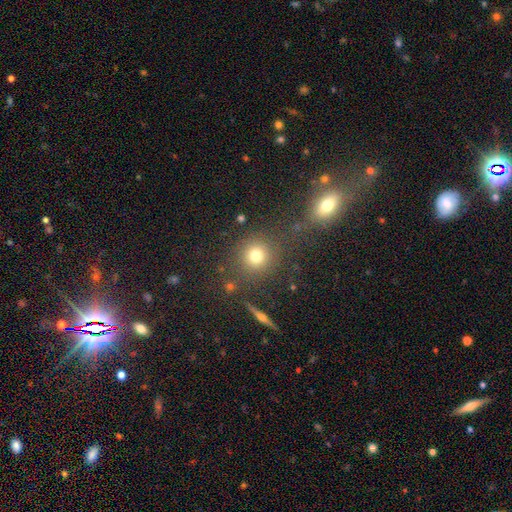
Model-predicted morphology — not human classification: The model was most divided on "smooth or featured": smooth: 73%, star or artifact: 18%, featured or disk: 10%. More confident: how rounded — round (89%); merging — none (78%).